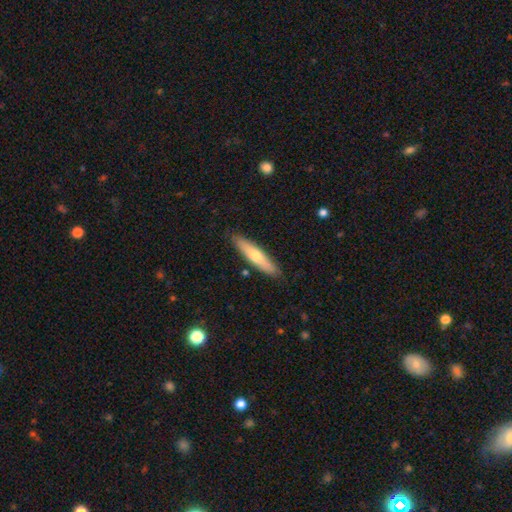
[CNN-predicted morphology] Smooth or featured? Predicted: smooth (p=0.56). How rounded? Predicted: cigar-shaped (p=0.82). Merging? Predicted: none (p=0.87).